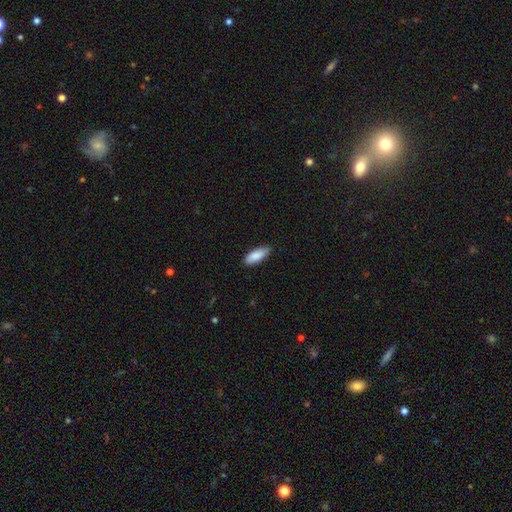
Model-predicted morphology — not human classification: Smooth or featured?
  - smooth: 87% *
  - featured or disk: 8%
  - star or artifact: 6%
How rounded?
  - in between: 70% *
  - cigar-shaped: 29%
  - round: 2%
Merging?
  - none: 82% *
  - minor disturbance: 15%
  - major disturbance: 2%
  - merger: 1%